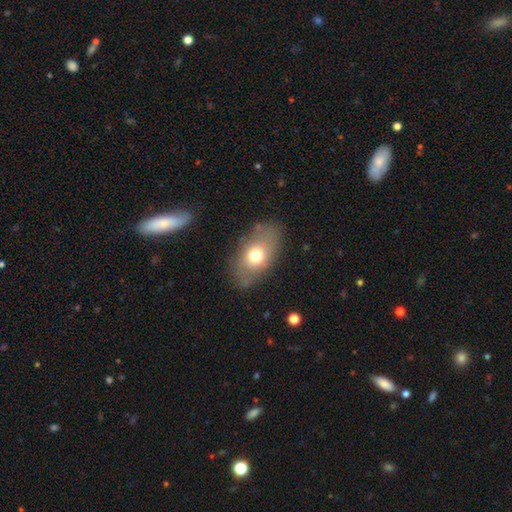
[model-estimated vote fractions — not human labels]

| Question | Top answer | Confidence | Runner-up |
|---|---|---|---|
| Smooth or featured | smooth | 69% | featured or disk (23%) |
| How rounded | in between | 87% | round (11%) |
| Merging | none | 78% | minor disturbance (14%) |